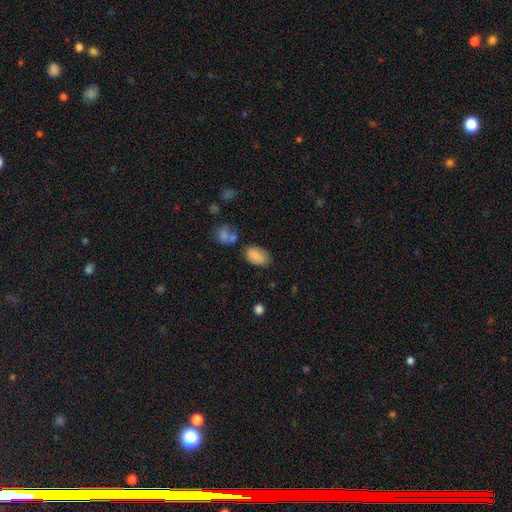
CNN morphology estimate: The model was most divided on "merging": none: 72%, minor disturbance: 16%, merger: 8%, major disturbance: 4%. More confident: how rounded — in between (92%); smooth or featured — smooth (85%).